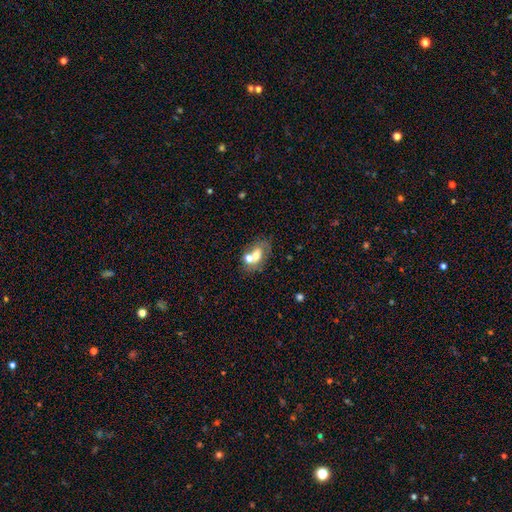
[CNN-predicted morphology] Overall: smooth (58%; featured or disk 31%). How rounded: in between (76%). Merging: none (41%; merger 39%).